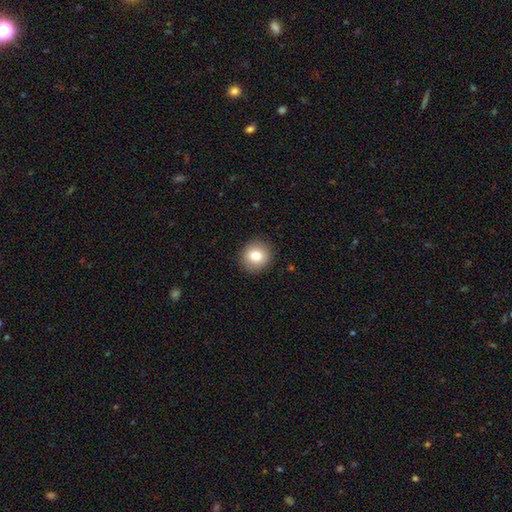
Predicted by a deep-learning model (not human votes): smooth 81%, featured or disk 10%, star or artifact 9%. Down the decision tree: how rounded — round (90%); merging — none (91%).